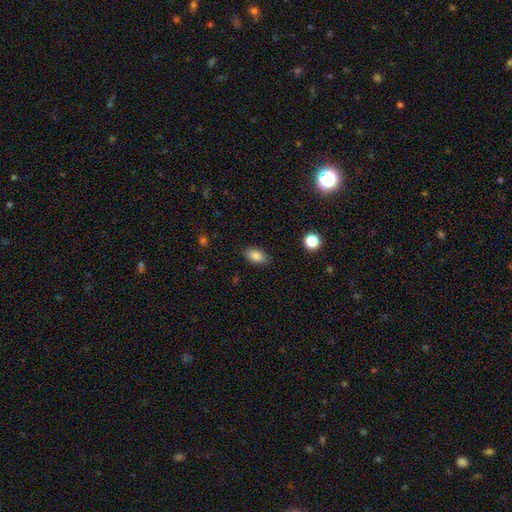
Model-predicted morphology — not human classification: A smooth galaxy with no disk features (85%) that is in between round and cigar-shaped (91%).

Vote fractions:
- Smooth or featured? smooth: 85% / star or artifact: 8% / featured or disk: 6%
- How rounded? in between: 91% / round: 6% / cigar-shaped: 3%
- Merging? none: 86% / minor disturbance: 11% / major disturbance: 2% / merger: 1%